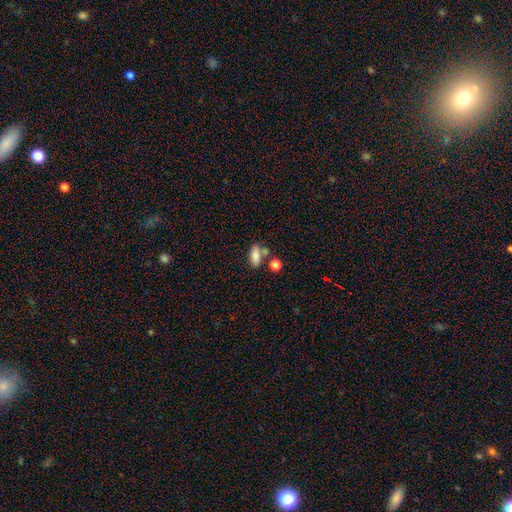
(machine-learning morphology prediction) A smooth galaxy with no disk features (78%) that is in between round and cigar-shaped (76%).

Vote fractions:
- Smooth or featured? smooth: 78% / featured or disk: 13% / star or artifact: 9%
- How rounded? in between: 76% / cigar-shaped: 18% / round: 6%
- Merging? none: 53% / merger: 25% / minor disturbance: 15% / major disturbance: 6%